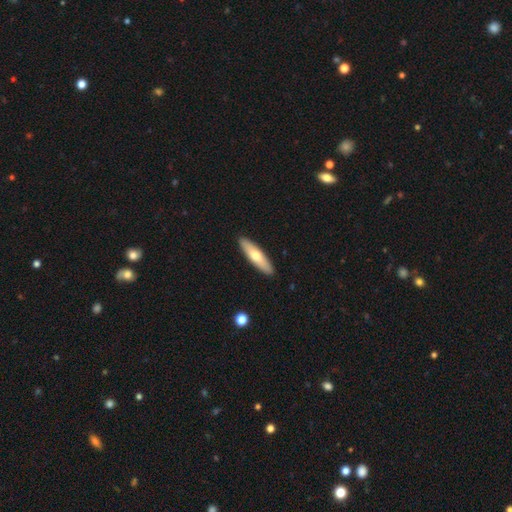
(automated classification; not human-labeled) Overall: smooth (61%; featured or disk 34%). How rounded: cigar-shaped (69%). Merging: none (91%).